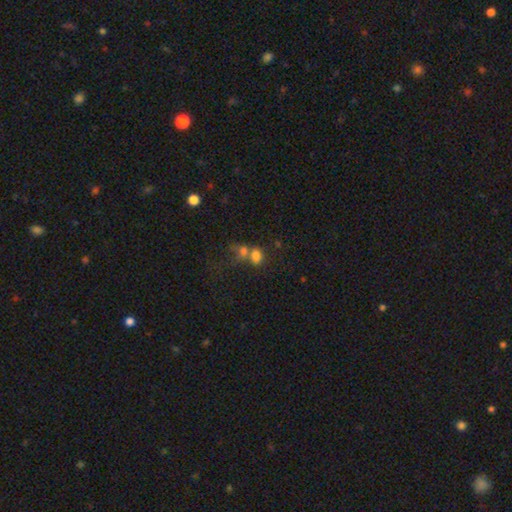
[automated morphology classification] A smooth galaxy with no disk features (75%) that is in between round and cigar-shaped (69%).

Vote fractions:
- Smooth or featured? smooth: 75% / star or artifact: 14% / featured or disk: 12%
- How rounded? in between: 69% / round: 29% / cigar-shaped: 2%
- Merging? merger: 56% / none: 27% / minor disturbance: 9% / major disturbance: 8%